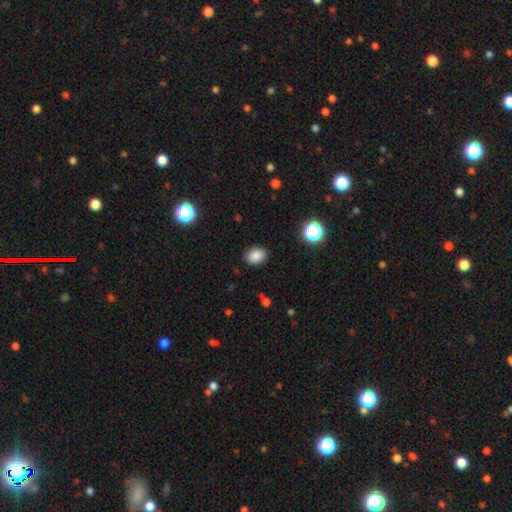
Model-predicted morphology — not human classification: Q: Smooth or featured?
A: smooth (85%); runner-up: star or artifact (11%)
Q: How rounded?
A: in between (69%); runner-up: round (30%)
Q: Merging?
A: none (87%); runner-up: minor disturbance (9%)